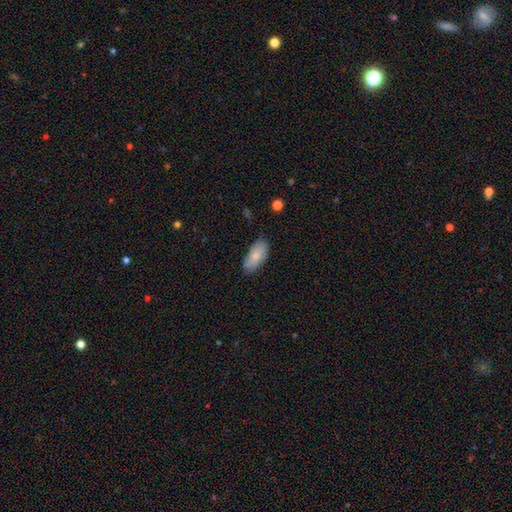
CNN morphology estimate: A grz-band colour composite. It shows a smooth galaxy with no disk features (77%) that is in between round and cigar-shaped (90%). Merging: none (76%).